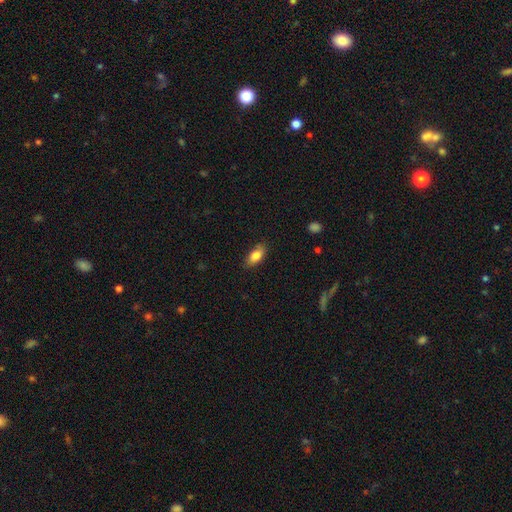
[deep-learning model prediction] This appears to be a smooth galaxy with no disk features (82%) that is in between round and cigar-shaped (87%). Merging: none (82%).